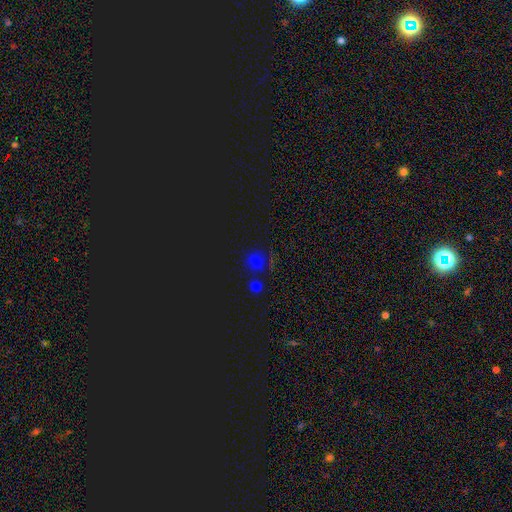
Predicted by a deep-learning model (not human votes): Morphology: type=smooth (49%); merging=none (69%).